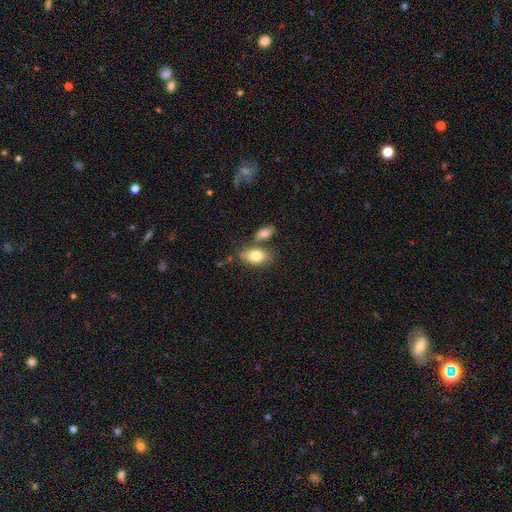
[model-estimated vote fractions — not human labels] smooth 78%, featured or disk 15%, star or artifact 7%. Down the decision tree: how rounded — in between (89%); merging — none (60%).